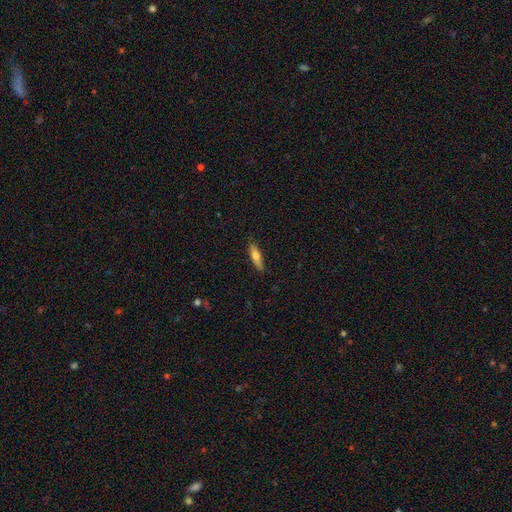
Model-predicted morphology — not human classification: A smooth galaxy with no disk features (65%) that is cigar-shaped (67%).

Vote fractions:
- Smooth or featured? smooth: 65% / featured or disk: 29% / star or artifact: 6%
- How rounded? cigar-shaped: 67% / in between: 31% / round: 2%
- Merging? none: 85% / minor disturbance: 11% / major disturbance: 2% / merger: 1%